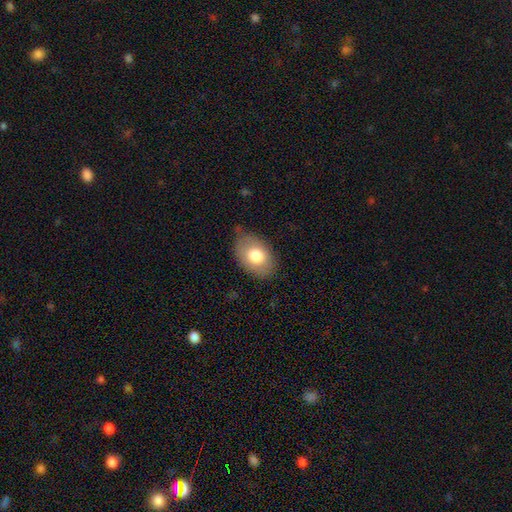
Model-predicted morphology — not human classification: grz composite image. It shows a smooth galaxy with no disk features (76%) that is in between round and cigar-shaped (85%). Merging: none (71%).